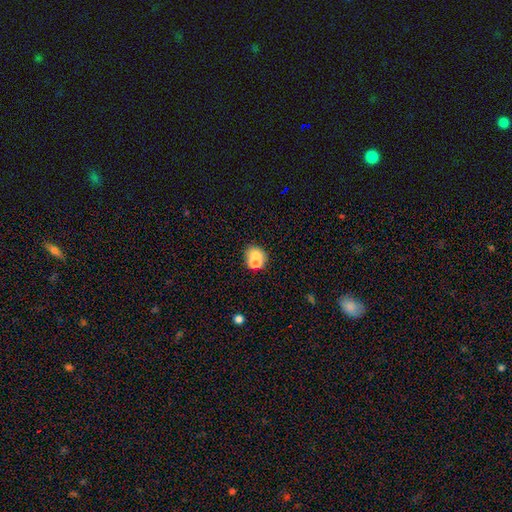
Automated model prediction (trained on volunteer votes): A smooth galaxy with no disk features (68%) that is round (67%).

Vote fractions:
- Smooth or featured? smooth: 68% / featured or disk: 20% / star or artifact: 12%
- How rounded? round: 67% / in between: 33% / cigar-shaped: 1%
- Merging? merger: 44% / none: 38% / minor disturbance: 12% / major disturbance: 6%